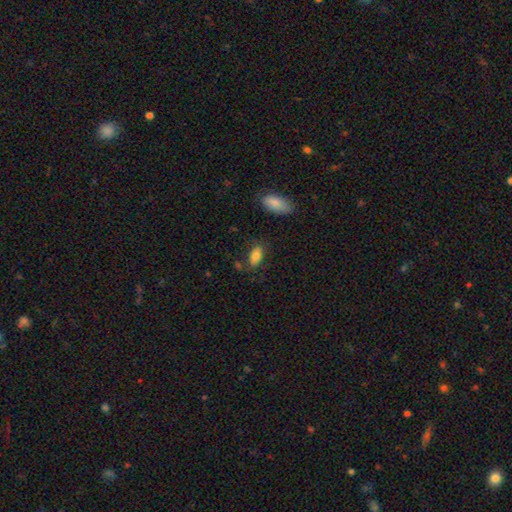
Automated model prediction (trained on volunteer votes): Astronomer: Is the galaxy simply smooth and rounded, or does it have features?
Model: smooth — 81%.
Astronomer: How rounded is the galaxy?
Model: in between — 89%.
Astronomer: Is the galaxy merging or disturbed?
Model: none — 71%.